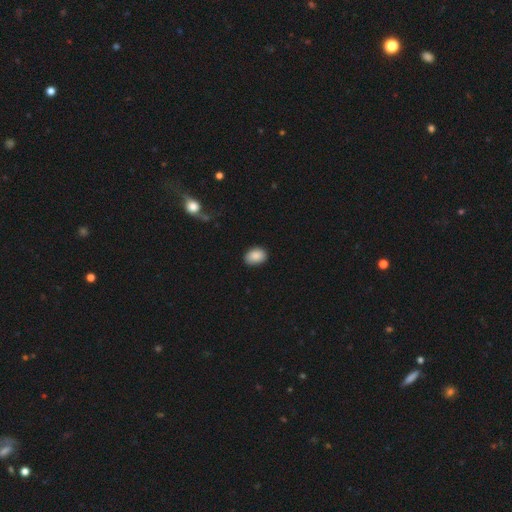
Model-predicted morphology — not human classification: A smooth galaxy with no disk features (89%) that is in between round and cigar-shaped (80%). Merging: none (85%).